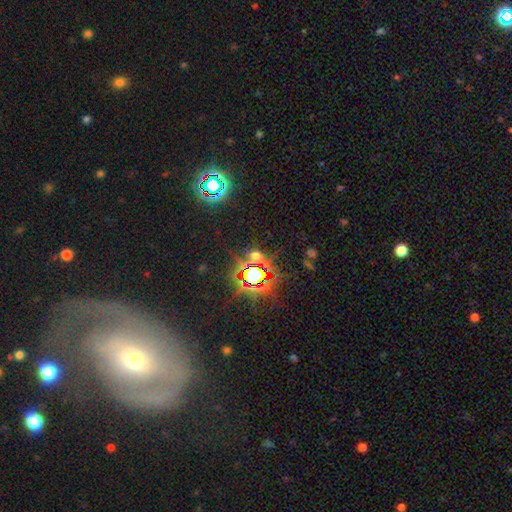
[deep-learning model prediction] Smooth or featured: star or artifact — 73% (smooth — 17%)